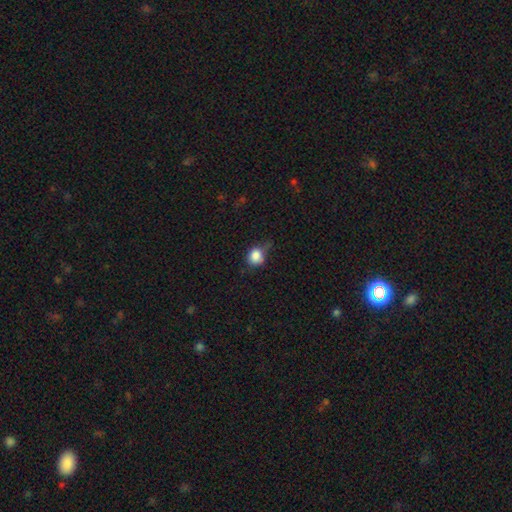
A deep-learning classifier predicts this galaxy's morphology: The model was most divided on "merging": none: 49%, minor disturbance: 36%, major disturbance: 11%, merger: 4%. More confident: smooth or featured — smooth (83%); how rounded — round (75%).